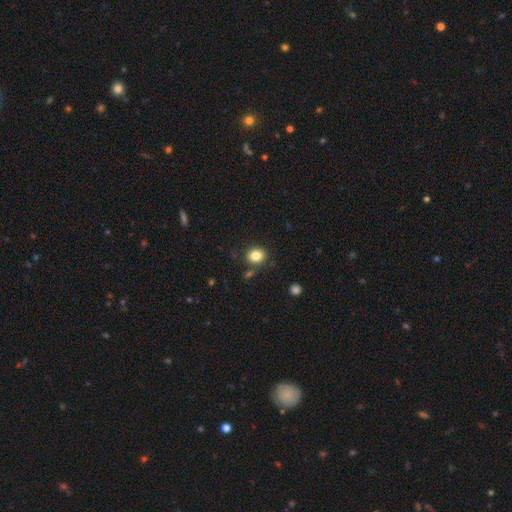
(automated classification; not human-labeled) Overall: smooth (83%). How rounded: round (66%; in between 33%). Merging: none (82%).